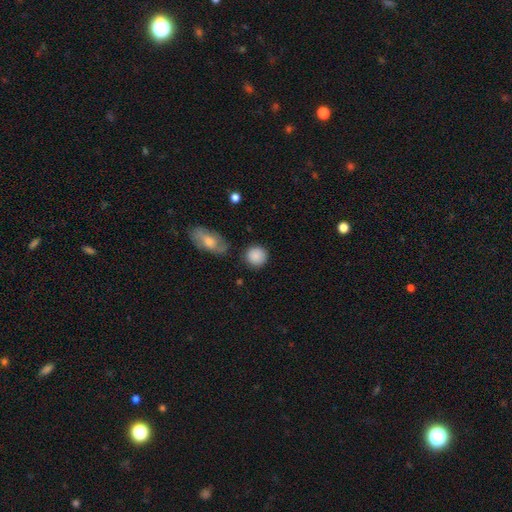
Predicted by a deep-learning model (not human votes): Smooth or featured? Predicted: smooth (p=0.87). How rounded? Predicted: round (p=0.88). Merging? Predicted: none (p=0.81).